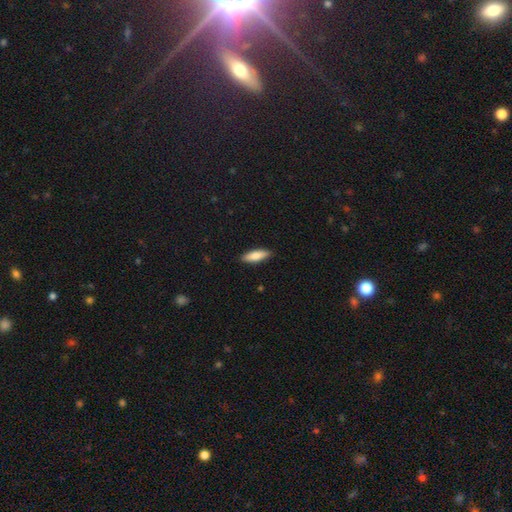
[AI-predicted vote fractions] This is clearly a smooth galaxy (82%). How rounded: possibly in between (50%). Merging: clearly none (88%).